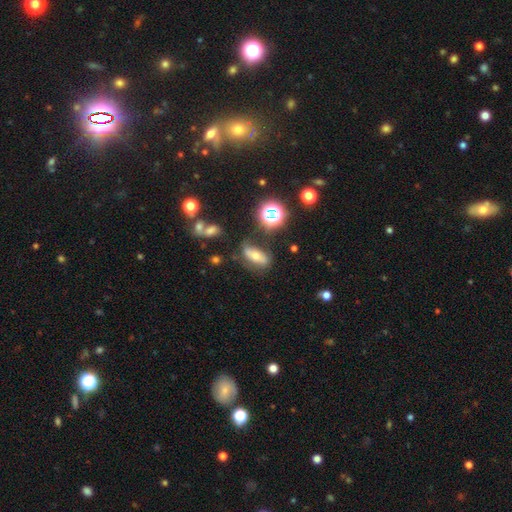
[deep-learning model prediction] Smooth or featured? smooth (51%)
How rounded? in between (71%)
Merging? none (64%)